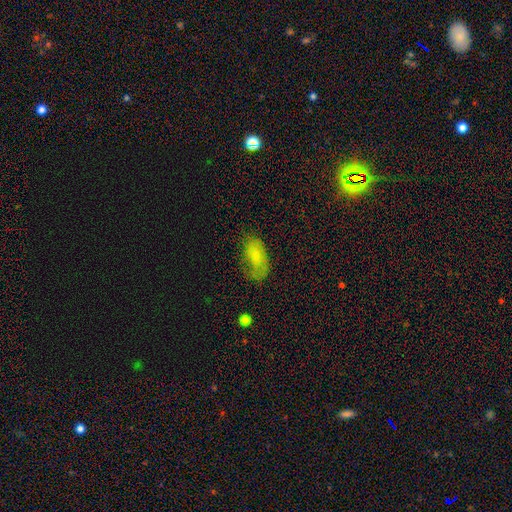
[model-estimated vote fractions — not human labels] This is likely a smooth galaxy (66%). How rounded: clearly in between (91%). Merging: possibly none (50%).